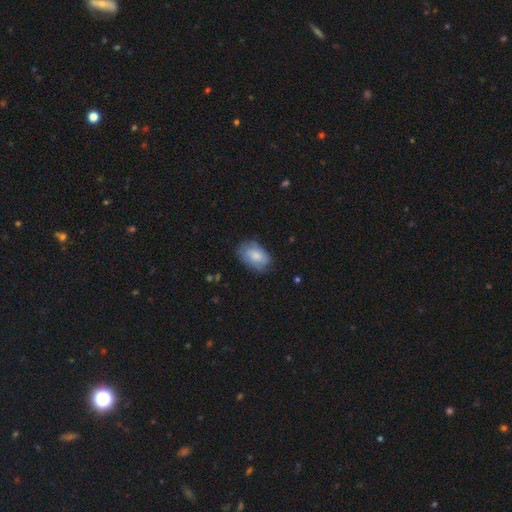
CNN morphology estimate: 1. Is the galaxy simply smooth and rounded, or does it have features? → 72% smooth, 21% featured or disk, 7% star or artifact.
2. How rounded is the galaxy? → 88% in between, 11% round, 1% cigar-shaped.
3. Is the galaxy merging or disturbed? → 66% none, 25% minor disturbance, 7% major disturbance, 1% merger.